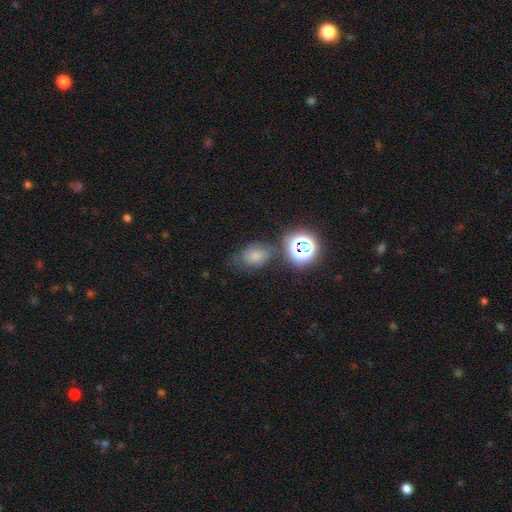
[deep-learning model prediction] Q: Smooth or featured?
A: smooth (63%); runner-up: star or artifact (24%)
Q: How rounded?
A: in between (73%); runner-up: round (26%)
Q: Merging?
A: none (59%); runner-up: minor disturbance (23%)